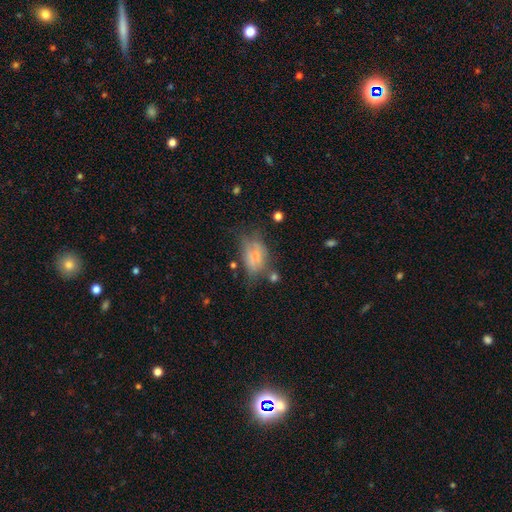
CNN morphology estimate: Smooth or featured? Predicted: smooth (p=0.57). How rounded? Predicted: in between (p=0.84). Merging? Predicted: none (p=0.36).